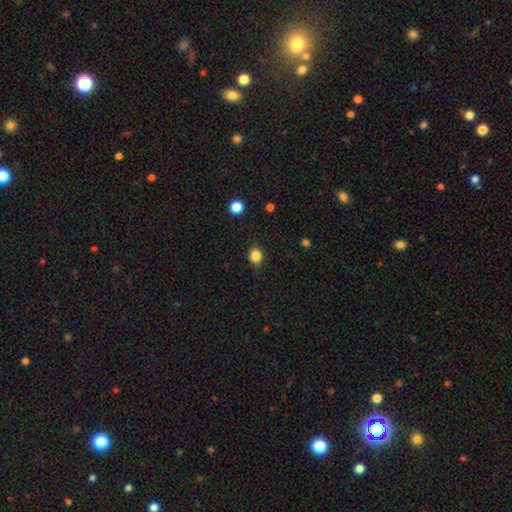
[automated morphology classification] Smooth or featured? smooth (85%)
How rounded? round (57%)
Merging? none (88%)